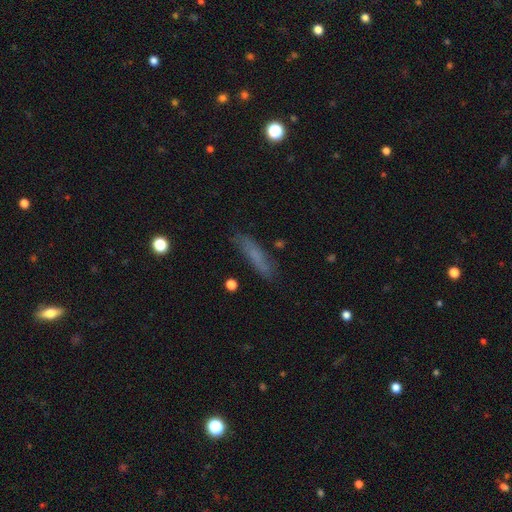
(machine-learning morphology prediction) Smooth or featured? Predicted: smooth (p=0.67). How rounded? Predicted: cigar-shaped (p=0.77). Merging? Predicted: none (p=0.76).